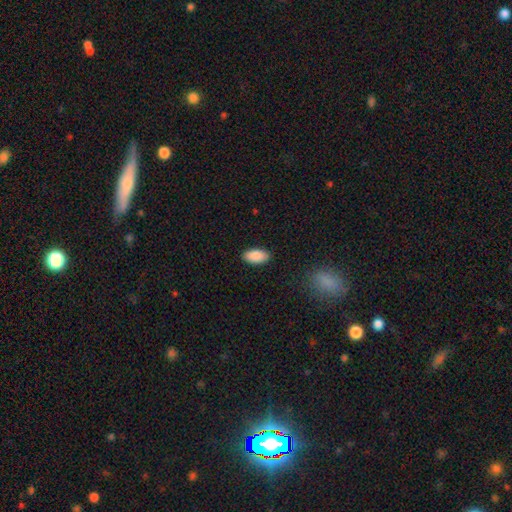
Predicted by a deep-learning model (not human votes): This is clearly a smooth galaxy (89%). How rounded: clearly in between (94%). Merging: clearly none (88%).